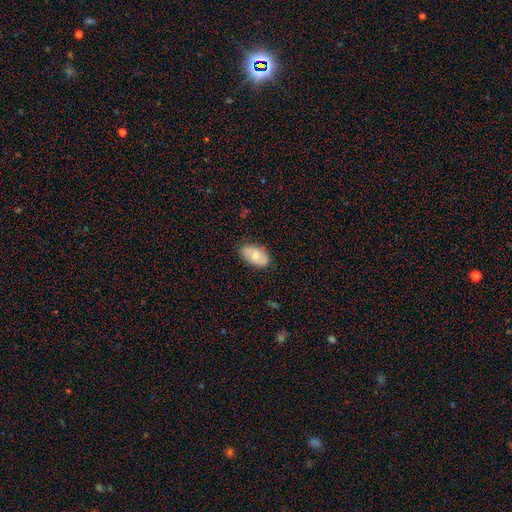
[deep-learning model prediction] Smooth or featured? Predicted: smooth (p=0.67). How rounded? Predicted: in between (p=0.93). Merging? Predicted: none (p=0.79).